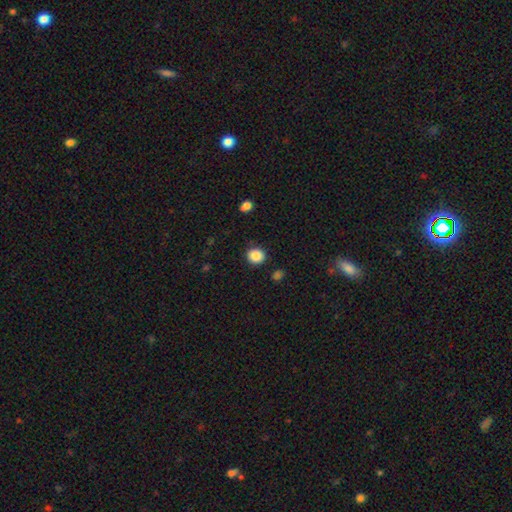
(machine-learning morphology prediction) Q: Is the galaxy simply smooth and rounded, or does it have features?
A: smooth — 87%.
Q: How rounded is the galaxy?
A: round — 81%.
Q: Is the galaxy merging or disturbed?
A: none — 87%.